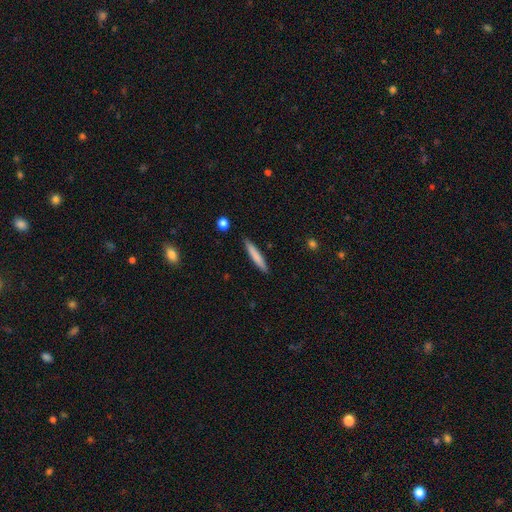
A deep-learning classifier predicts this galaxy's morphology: Overall: smooth (76%). How rounded: cigar-shaped (94%). Merging: none (89%).